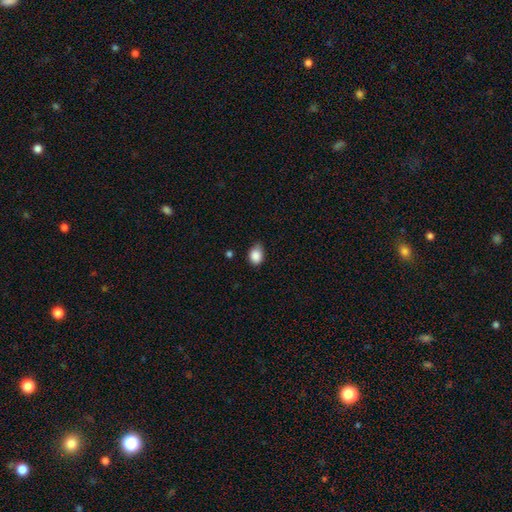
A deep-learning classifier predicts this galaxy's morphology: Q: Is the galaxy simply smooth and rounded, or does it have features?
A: smooth — 87%.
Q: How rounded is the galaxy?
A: in between — 62%.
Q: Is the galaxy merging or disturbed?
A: none — 61%.